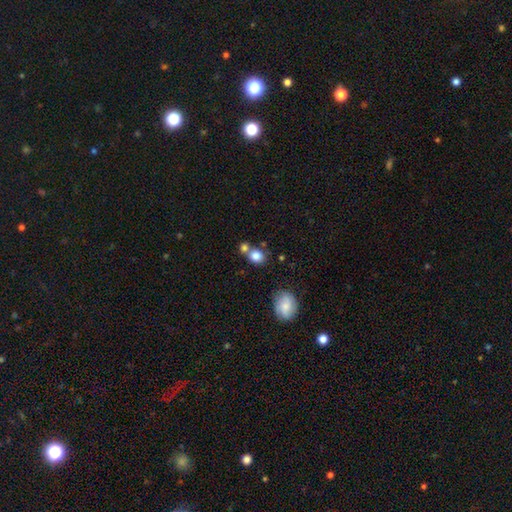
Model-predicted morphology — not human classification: This is clearly a smooth galaxy (83%). How rounded: likely round (65%). Merging: possibly none (51%).